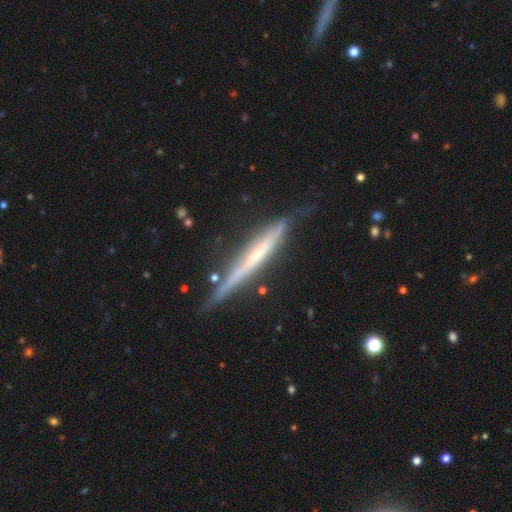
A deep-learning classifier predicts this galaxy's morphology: This is likely a featured or disk galaxy (68%). It is clearly viewed edge-on (95%). Edge-on bulge: likely none (68%). Merging: likely none (70%).